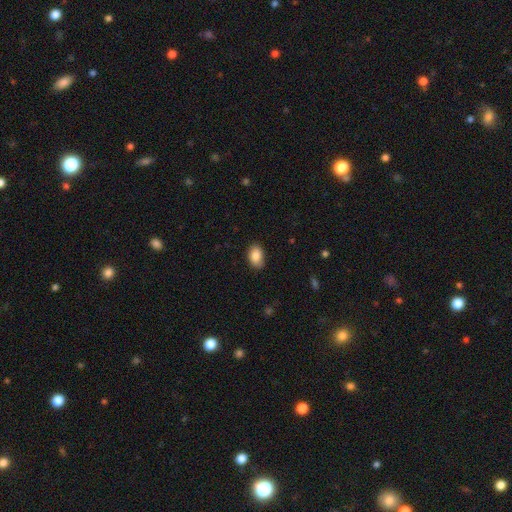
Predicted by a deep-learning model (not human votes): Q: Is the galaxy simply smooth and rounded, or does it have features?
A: smooth — 87%.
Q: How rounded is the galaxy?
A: in between — 87%.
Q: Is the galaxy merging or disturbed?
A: none — 82%.